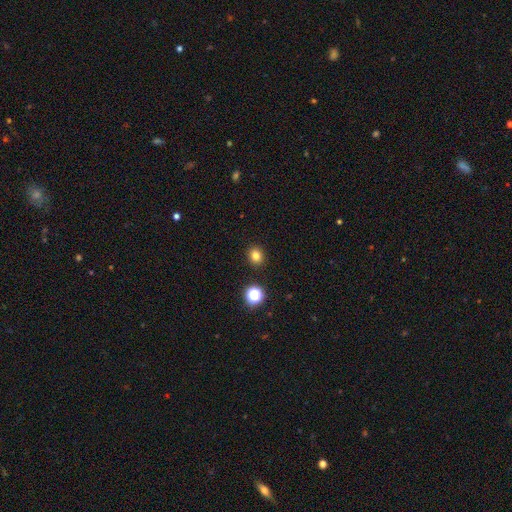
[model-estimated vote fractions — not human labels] Smooth or featured: smooth — 79% (star or artifact — 15%)
How rounded: round — 72% (in between — 27%)
Merging: none — 91% (minor disturbance — 6%)